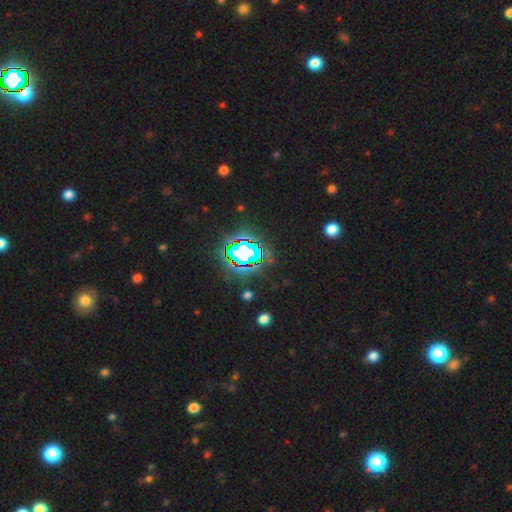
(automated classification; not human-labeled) smooth-or-featured: star or artifact: 81% | smooth: 12% | featured or disk: 7%